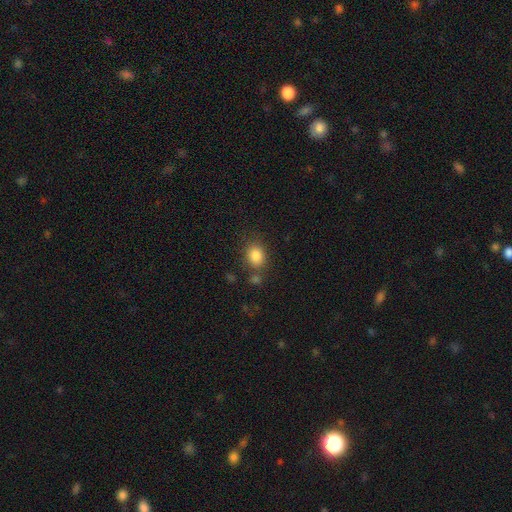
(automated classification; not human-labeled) Overall: smooth (84%). How rounded: round (50%; in between 49%). Merging: none (72%).